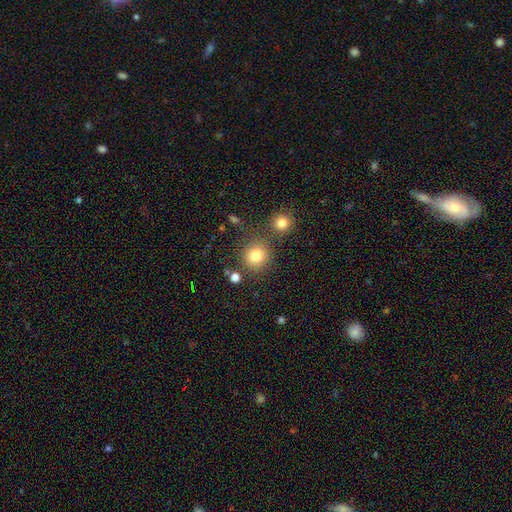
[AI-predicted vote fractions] The model was most divided on "merging": none: 75%, merger: 11%, minor disturbance: 10%, major disturbance: 4%. More confident: how rounded — round (88%); smooth or featured — smooth (81%).